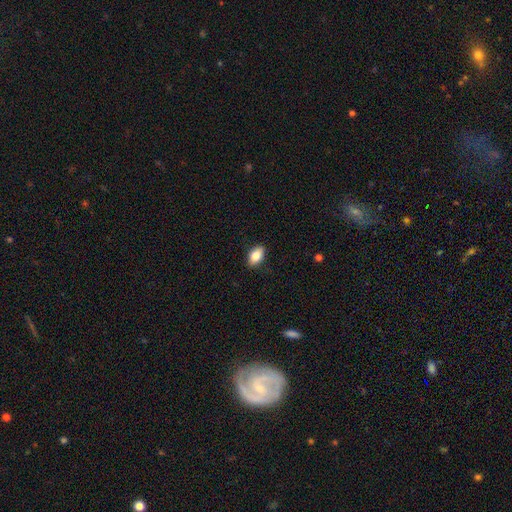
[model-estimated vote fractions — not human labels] smooth 82%, featured or disk 10%, star or artifact 7%. Down the decision tree: how rounded — in between (90%); merging — none (88%).